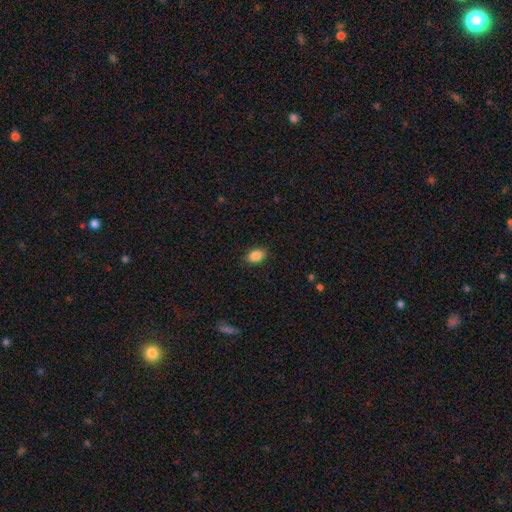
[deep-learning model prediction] Smooth or featured? smooth (88%)
How rounded? in between (84%)
Merging? none (87%)